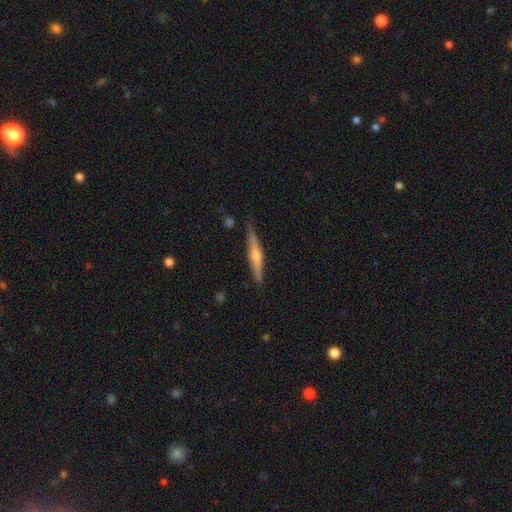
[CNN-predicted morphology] smooth_or_featured: featured or disk (p=0.61) [alt: smooth p=0.34]
disk_edge_on: yes (p=0.97) [alt: no p=0.03]
edge_on_bulge: rounded (p=0.71) [alt: none p=0.16]
merging: none (p=0.85) [alt: minor disturbance p=0.11]